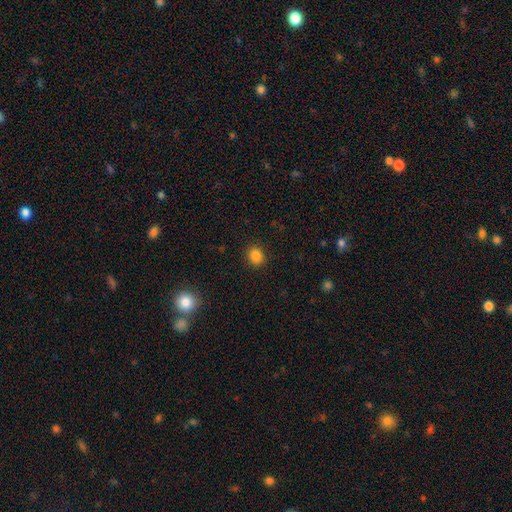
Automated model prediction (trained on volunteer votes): Q: Smooth or featured?
A: smooth (85%); runner-up: star or artifact (11%)
Q: How rounded?
A: round (68%); runner-up: in between (31%)
Q: Merging?
A: none (90%); runner-up: minor disturbance (6%)